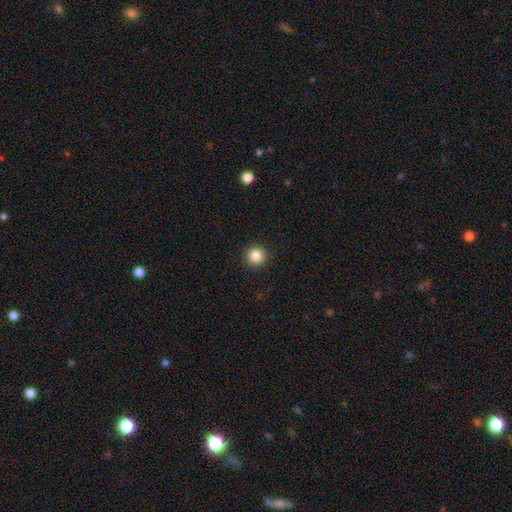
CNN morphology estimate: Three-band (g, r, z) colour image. It shows a smooth galaxy with no disk features (85%) that is round (96%). Merging: none (93%).